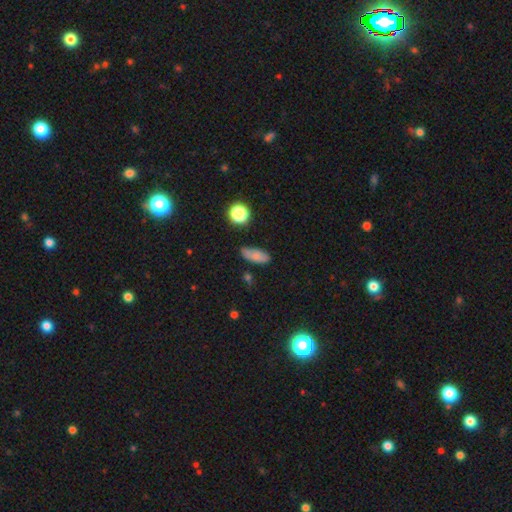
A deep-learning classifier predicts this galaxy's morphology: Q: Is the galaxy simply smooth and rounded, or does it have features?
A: smooth — 75%.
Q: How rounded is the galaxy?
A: in between — 81%.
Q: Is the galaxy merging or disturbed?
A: none — 66%.